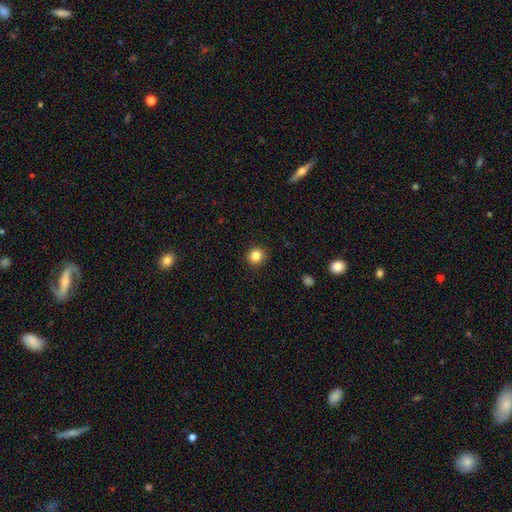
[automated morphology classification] Q: Smooth or featured?
A: smooth (84%); runner-up: star or artifact (11%)
Q: How rounded?
A: round (90%); runner-up: in between (10%)
Q: Merging?
A: none (91%); runner-up: minor disturbance (6%)